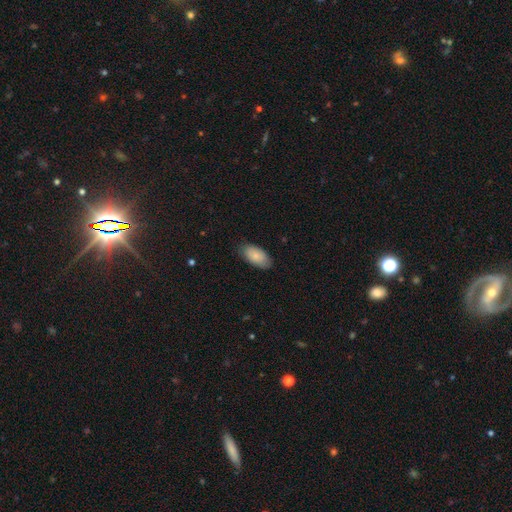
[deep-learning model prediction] smooth 83%, featured or disk 11%, star or artifact 6%. Down the decision tree: how rounded — in between (95%); merging — none (81%).